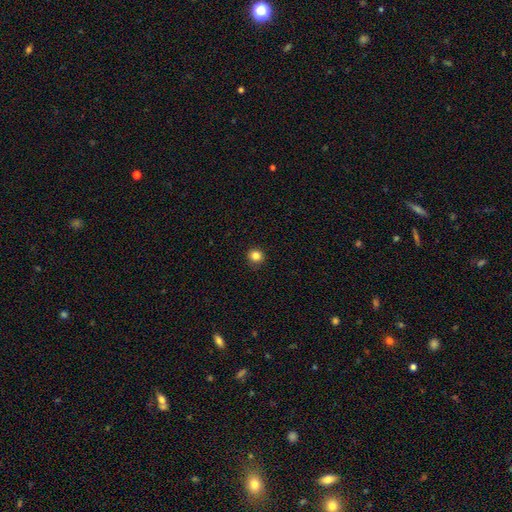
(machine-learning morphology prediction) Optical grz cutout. It shows a smooth galaxy with no disk features (84%) that is round (93%). Merging: none (91%).